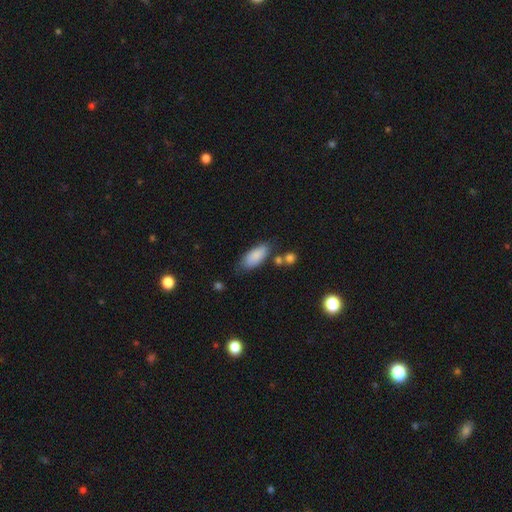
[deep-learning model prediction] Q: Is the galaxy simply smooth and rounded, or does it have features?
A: smooth — 86%.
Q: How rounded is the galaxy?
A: in between — 84%.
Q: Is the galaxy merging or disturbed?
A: none — 71%.